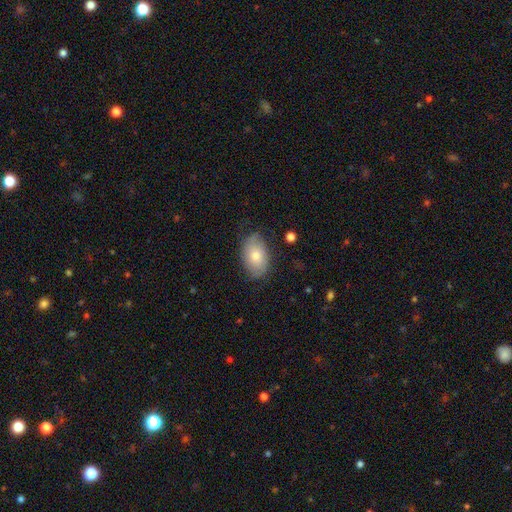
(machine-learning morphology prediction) Q: Smooth or featured?
A: smooth (71%); runner-up: featured or disk (22%)
Q: How rounded?
A: in between (90%); runner-up: round (9%)
Q: Merging?
A: none (71%); runner-up: minor disturbance (22%)